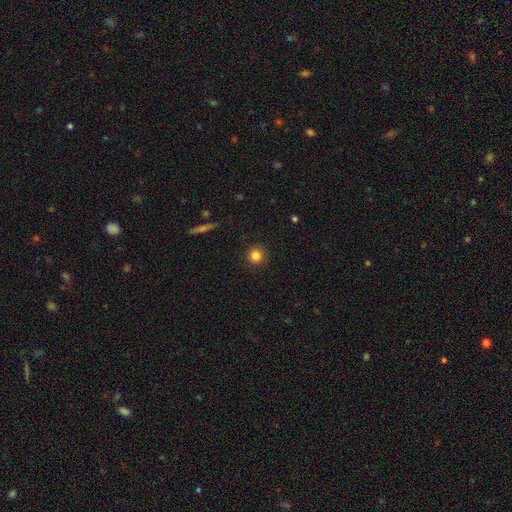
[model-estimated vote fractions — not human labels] Smooth or featured: smooth — 83% (star or artifact — 11%)
How rounded: round — 95% (in between — 4%)
Merging: none — 91% (minor disturbance — 6%)